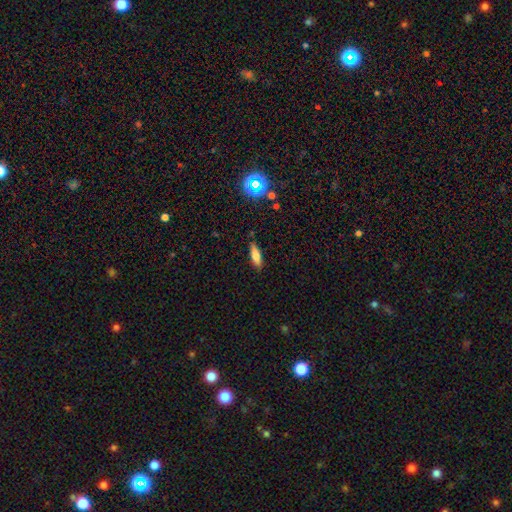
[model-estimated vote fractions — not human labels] This is likely a smooth galaxy (70%). How rounded: possibly in between (51%). Merging: clearly none (83%).